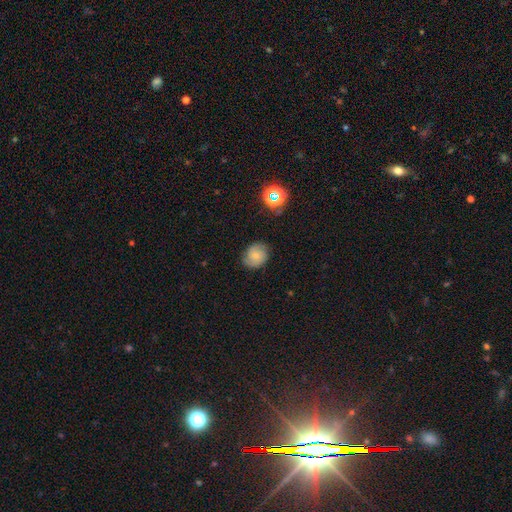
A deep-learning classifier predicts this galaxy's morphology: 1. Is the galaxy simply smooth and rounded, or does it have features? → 48% featured or disk, 41% smooth, 12% star or artifact.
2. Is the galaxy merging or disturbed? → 77% none, 17% minor disturbance, 4% major disturbance, 1% merger.